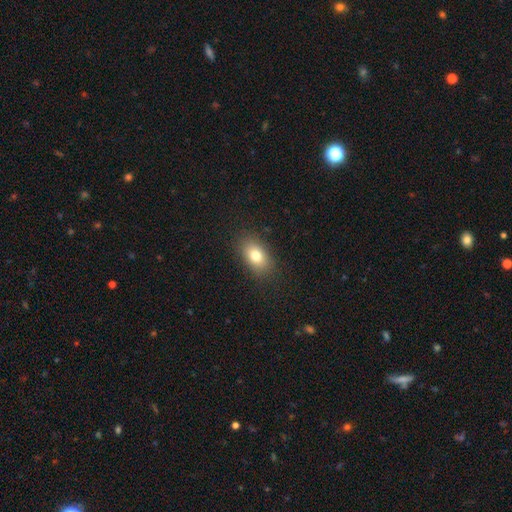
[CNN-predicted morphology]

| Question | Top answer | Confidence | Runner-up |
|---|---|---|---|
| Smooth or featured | smooth | 78% | featured or disk (12%) |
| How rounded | in between | 85% | round (13%) |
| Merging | none | 86% | minor disturbance (9%) |